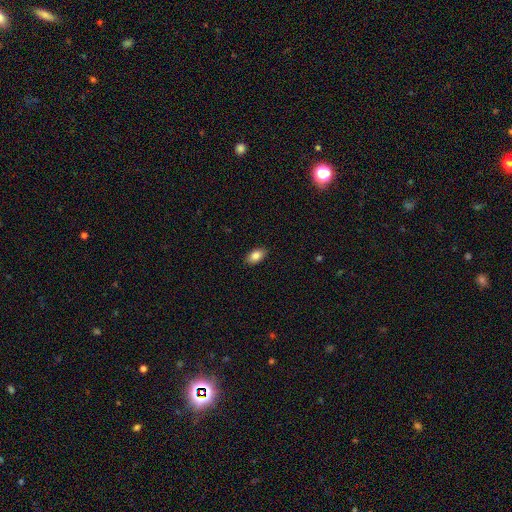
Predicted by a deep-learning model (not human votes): Smooth or featured: smooth — 85% (featured or disk — 8%)
How rounded: in between — 92% (round — 6%)
Merging: none — 89% (minor disturbance — 8%)